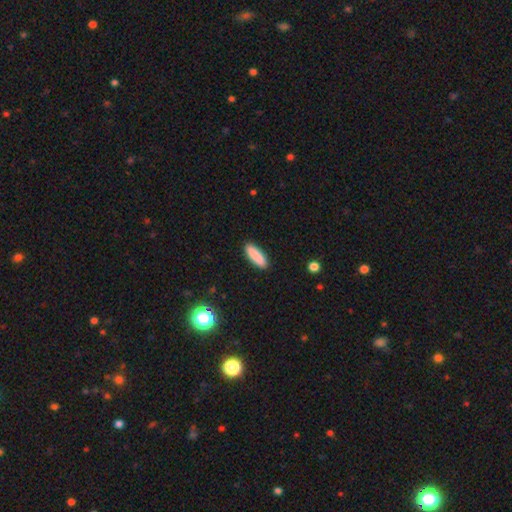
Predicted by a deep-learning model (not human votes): smooth 88%, star or artifact 6%, featured or disk 6%. Down the decision tree: how rounded — in between (50%); merging — none (89%).